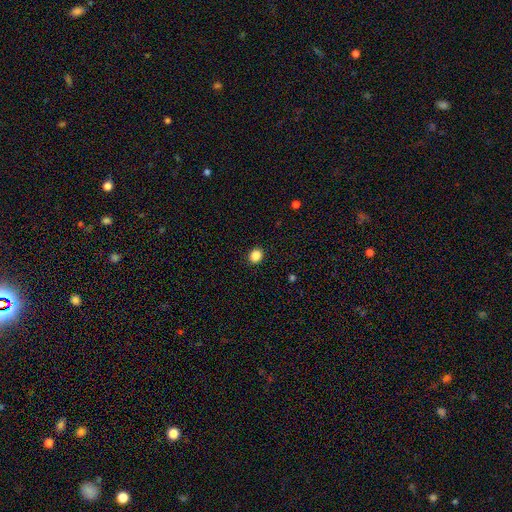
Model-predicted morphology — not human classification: The model was most divided on "how rounded": round: 65%, in between: 35%, cigar-shaped: 1%. More confident: merging — none (92%); smooth or featured — smooth (87%).